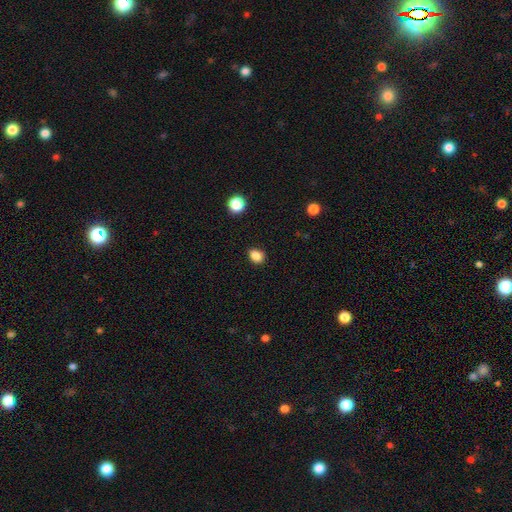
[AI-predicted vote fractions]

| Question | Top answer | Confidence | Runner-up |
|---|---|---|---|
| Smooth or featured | smooth | 85% | star or artifact (11%) |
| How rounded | in between | 57% | round (42%) |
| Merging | none | 84% | minor disturbance (12%) |